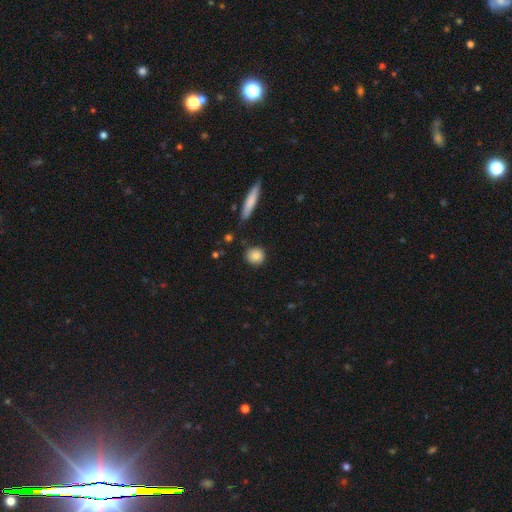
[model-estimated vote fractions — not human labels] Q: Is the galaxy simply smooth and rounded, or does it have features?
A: smooth — 86%.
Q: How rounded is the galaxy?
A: round — 83%.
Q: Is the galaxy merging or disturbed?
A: none — 86%.